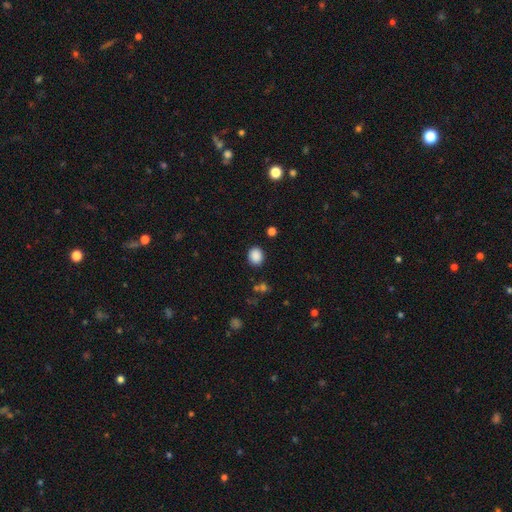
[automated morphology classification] Smooth or featured: smooth — 87% (star or artifact — 10%)
How rounded: round — 61% (in between — 38%)
Merging: none — 86% (minor disturbance — 8%)